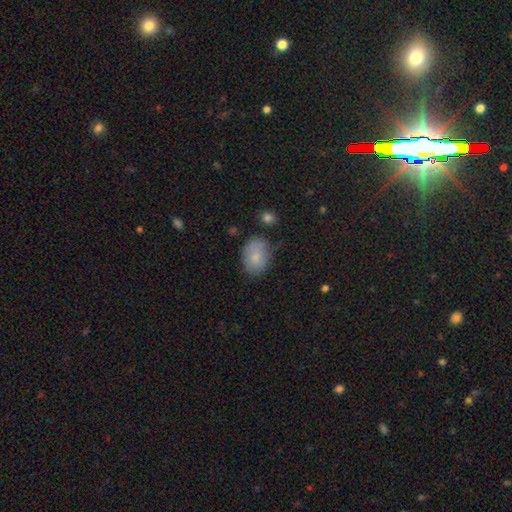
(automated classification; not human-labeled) A smooth galaxy with no disk features (81%) that is in between round and cigar-shaped (71%).

Vote fractions:
- Smooth or featured? smooth: 81% / featured or disk: 11% / star or artifact: 8%
- How rounded? in between: 71% / round: 28% / cigar-shaped: 1%
- Merging? none: 66% / minor disturbance: 25% / major disturbance: 6% / merger: 3%